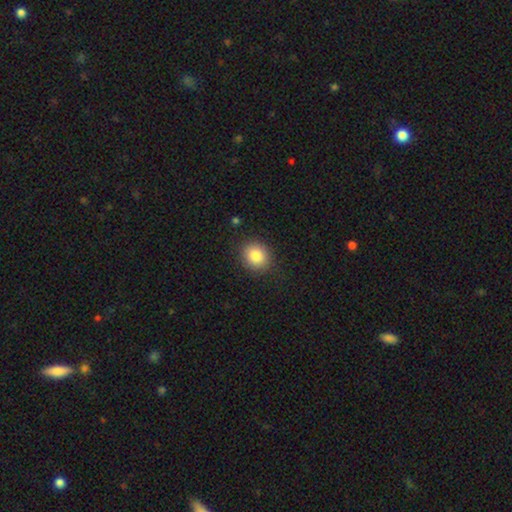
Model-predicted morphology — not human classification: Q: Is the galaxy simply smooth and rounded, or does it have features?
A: smooth — 85%.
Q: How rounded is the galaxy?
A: round — 72%.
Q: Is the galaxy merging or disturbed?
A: none — 87%.